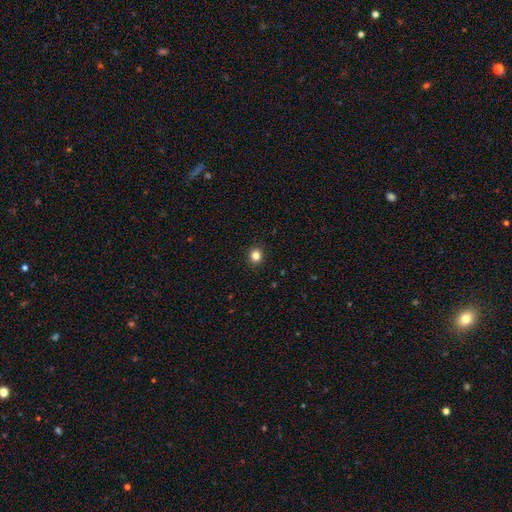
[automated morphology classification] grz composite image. It shows a smooth galaxy with no disk features (83%) that is round (85%). Merging: none (92%).